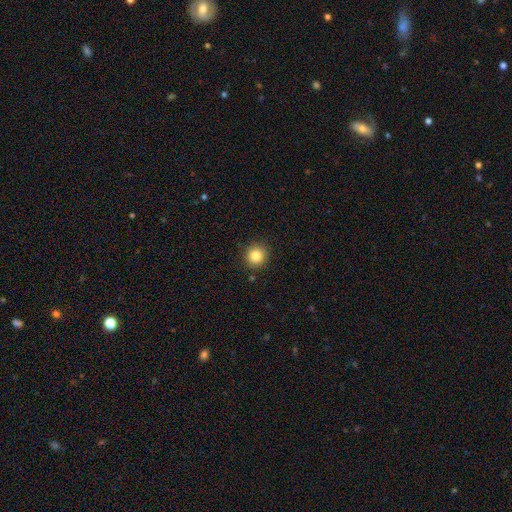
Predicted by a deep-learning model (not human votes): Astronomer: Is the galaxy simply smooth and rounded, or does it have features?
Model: smooth — 85%.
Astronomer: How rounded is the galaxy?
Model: round — 92%.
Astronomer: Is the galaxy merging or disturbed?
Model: none — 89%.